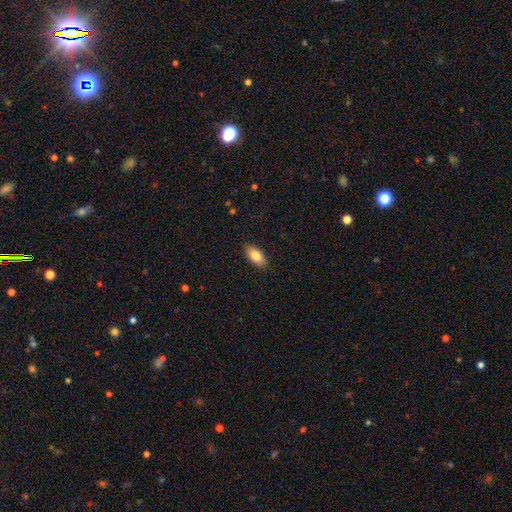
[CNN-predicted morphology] The model was most divided on "smooth or featured": smooth: 85%, featured or disk: 8%, star or artifact: 7%. More confident: how rounded — in between (92%); merging — none (88%).